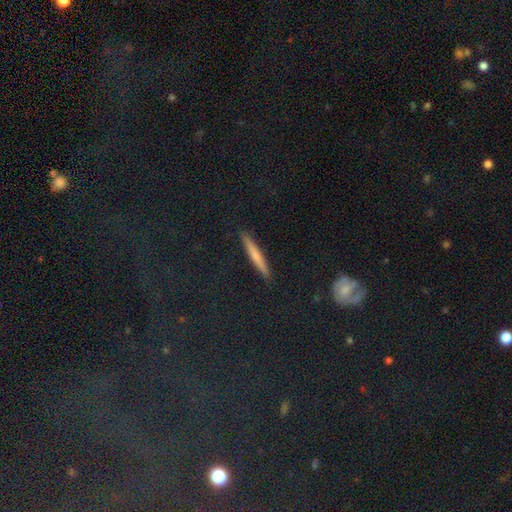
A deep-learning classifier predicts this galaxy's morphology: smooth 57%, featured or disk 30%, star or artifact 13%. Down the decision tree: how rounded — cigar-shaped (92%); merging — none (90%).